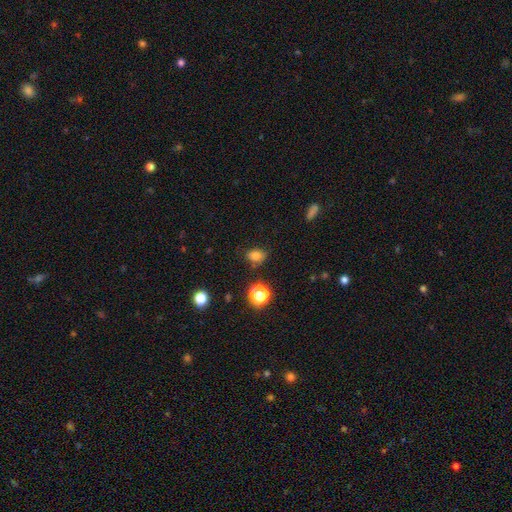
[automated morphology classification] This is likely a smooth galaxy (76%). How rounded: likely in between (61%). Merging: likely none (78%).